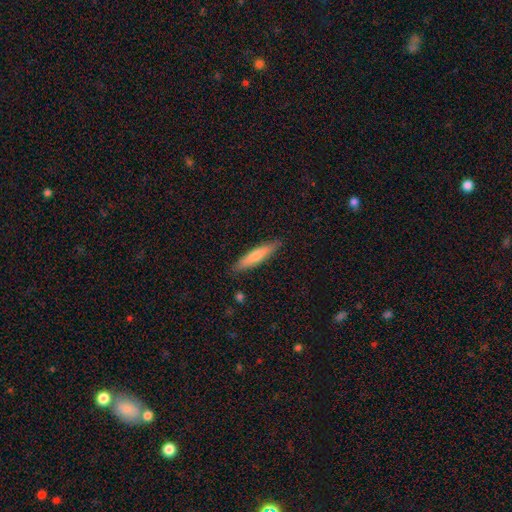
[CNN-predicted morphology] smooth_or_featured: smooth (p=0.61) [alt: featured or disk p=0.32]
how_rounded: cigar-shaped (p=0.90) [alt: in between p=0.08]
merging: none (p=0.90) [alt: minor disturbance p=0.08]